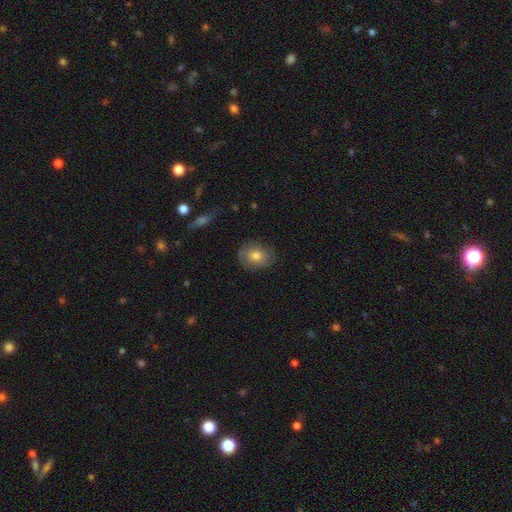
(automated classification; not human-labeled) Smooth or featured?
  - smooth: 68% *
  - featured or disk: 24%
  - star or artifact: 8%
How rounded?
  - in between: 52% *
  - round: 47%
  - cigar-shaped: 1%
Merging?
  - none: 76% *
  - minor disturbance: 18%
  - major disturbance: 5%
  - merger: 1%